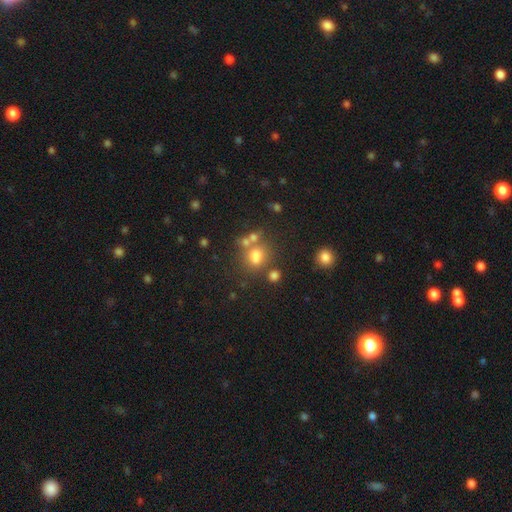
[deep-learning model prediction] Overall: smooth (67%). How rounded: round (58%; in between 40%). Merging: none (55%; merger 26%).